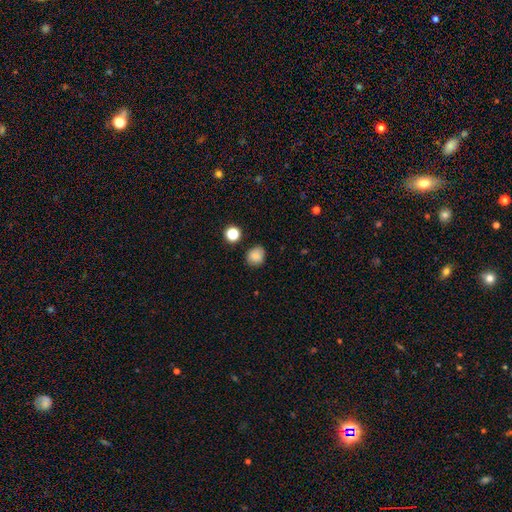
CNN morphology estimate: smooth-or-featured: smooth: 82% | star or artifact: 11% | featured or disk: 7%
  how-rounded: round: 74% | in between: 25% | cigar-shaped: 1%
  merging: none: 81% | minor disturbance: 14% | major disturbance: 3% | merger: 3%